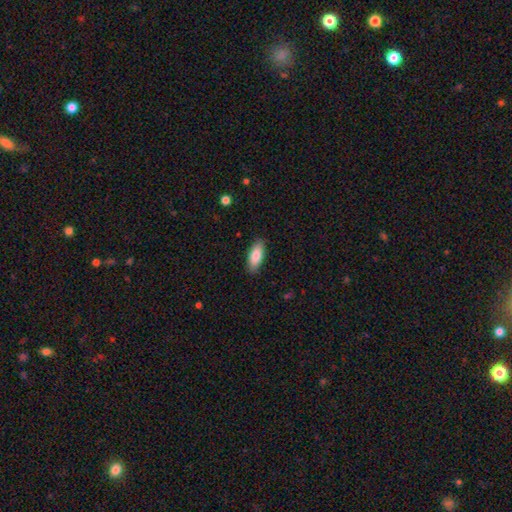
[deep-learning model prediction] This is clearly a smooth galaxy (84%). How rounded: clearly in between (83%). Merging: clearly none (87%).